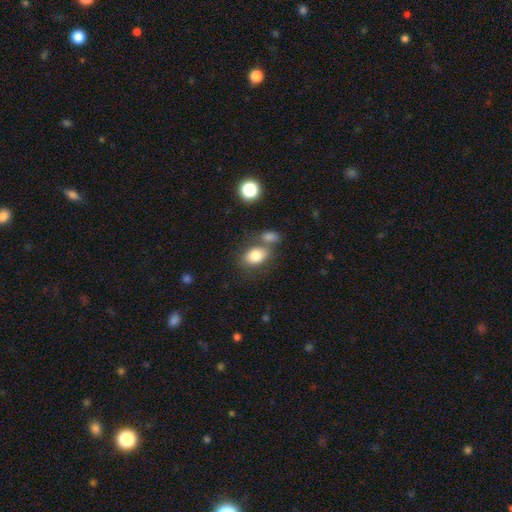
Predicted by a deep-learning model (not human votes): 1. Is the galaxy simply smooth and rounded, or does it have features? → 81% smooth, 10% featured or disk, 9% star or artifact.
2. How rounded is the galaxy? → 76% in between, 23% round, 1% cigar-shaped.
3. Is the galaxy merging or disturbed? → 57% none, 24% merger, 13% minor disturbance, 5% major disturbance.